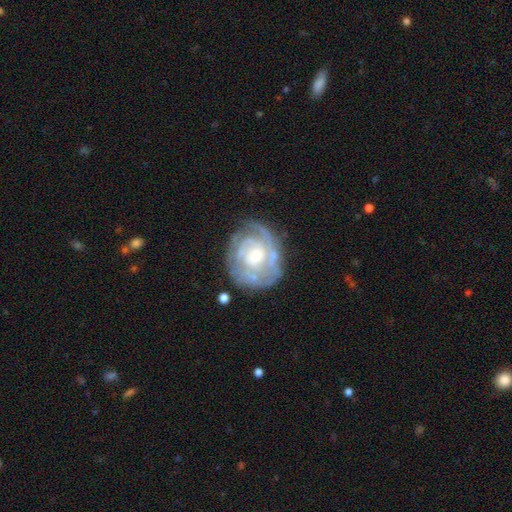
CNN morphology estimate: Smooth or featured: featured or disk — 81% (smooth — 14%)
Edge-on disk: no — 97% (yes — 3%)
Bar: no — 75% (weak — 20%)
Spiral arms: yes — 87% (no — 13%)
Spiral winding: tight — 72% (medium — 22%)
Spiral arm count: can't tell — 44% (2 — 21%)
Bulge size: small — 52% (moderate — 41%)
Merging: none — 68% (minor disturbance — 19%)